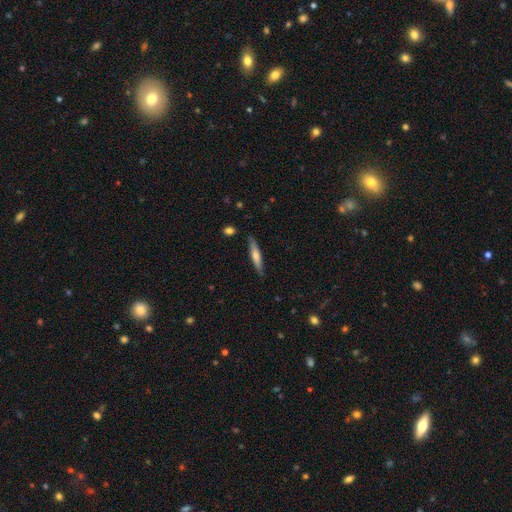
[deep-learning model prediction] smooth 50%, featured or disk 44%, star or artifact 6%. Down the decision tree: how rounded — cigar-shaped (90%); merging — none (87%).